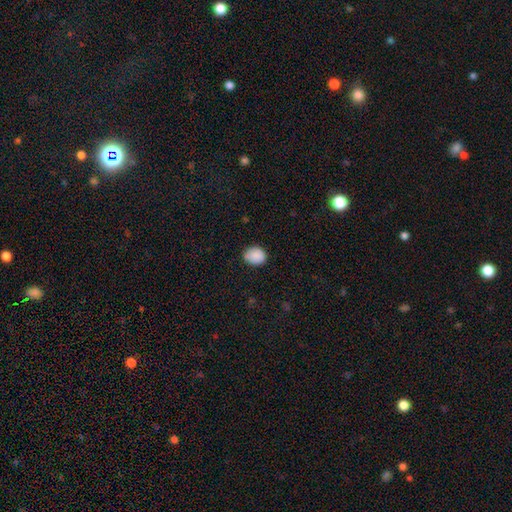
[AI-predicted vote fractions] Smooth or featured? Predicted: smooth (p=0.88). How rounded? Predicted: round (p=0.60). Merging? Predicted: none (p=0.77).